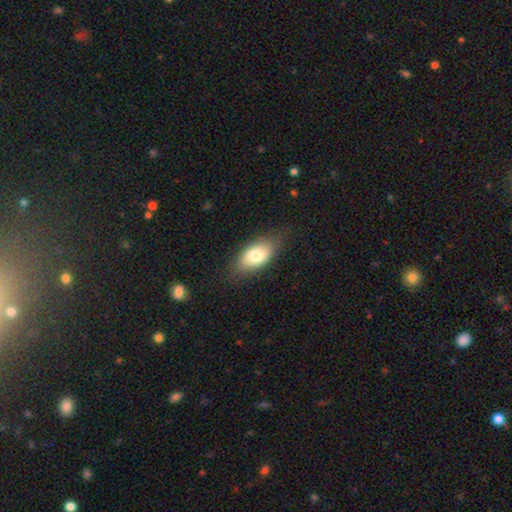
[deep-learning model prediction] This appears to be a smooth galaxy with no disk features (74%) that is in between round and cigar-shaped (89%). Merging: none (76%).